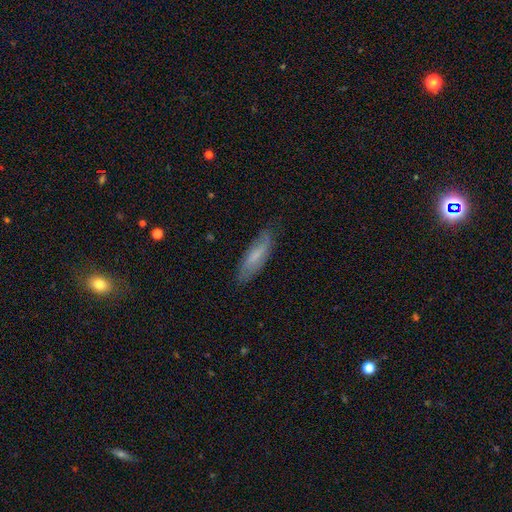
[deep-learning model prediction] Overall: smooth (61%; featured or disk 33%). How rounded: cigar-shaped (57%; in between 41%). Merging: none (78%).